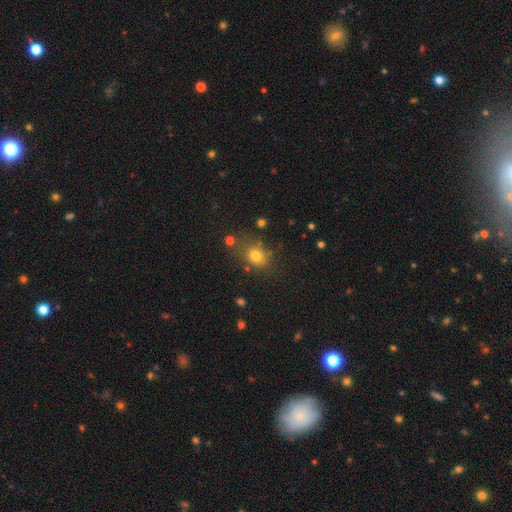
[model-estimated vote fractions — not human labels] smooth_or_featured: smooth (p=0.76) [alt: star or artifact p=0.15]
how_rounded: round (p=0.56) [alt: in between p=0.43]
merging: none (p=0.70) [alt: minor disturbance p=0.17]